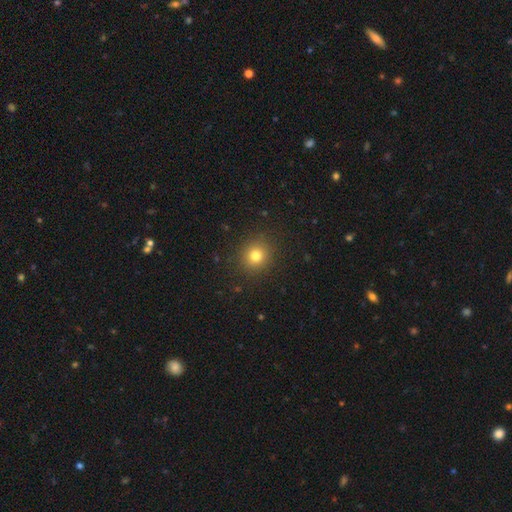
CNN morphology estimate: smooth_or_featured: smooth (p=0.79) [alt: star or artifact p=0.14]
how_rounded: round (p=0.87) [alt: in between p=0.12]
merging: none (p=0.90) [alt: minor disturbance p=0.07]